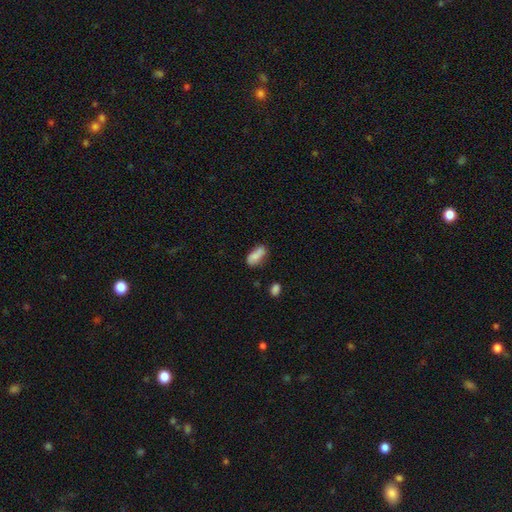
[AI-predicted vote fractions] This appears to be a smooth galaxy with no disk features (81%) that is in between round and cigar-shaped (81%). Merging: none (61%).